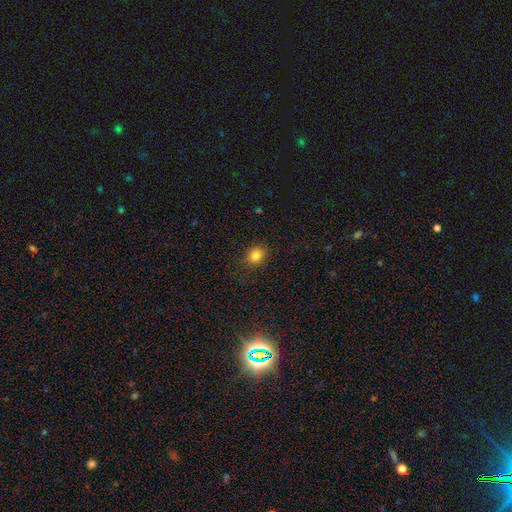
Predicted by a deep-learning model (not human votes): Smooth or featured? Predicted: smooth (p=0.82). How rounded? Predicted: round (p=0.66). Merging? Predicted: none (p=0.86).